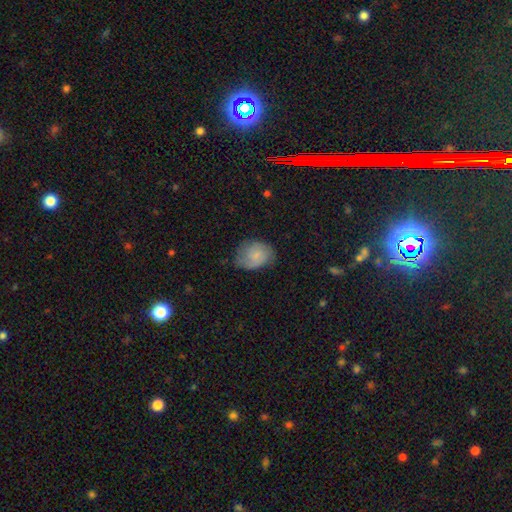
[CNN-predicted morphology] A smooth galaxy with no disk features (67%) that is in between round and cigar-shaped (57%). Merging: none (52%).